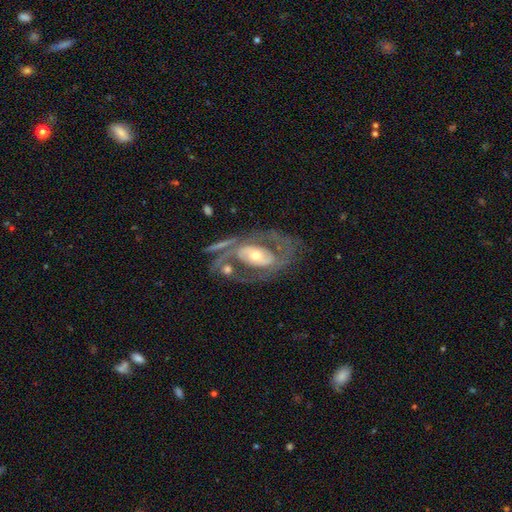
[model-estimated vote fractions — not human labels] The model was most divided on "spiral winding": medium: 44%, tight: 33%, loose: 22%. Remaining: edge-on disk — no (94%); smooth or featured — featured or disk (79%); spiral arms — yes (72%); spiral arm count — 2 (71%); bulge size — moderate (59%); merging — none (49%); bar — no (45%).